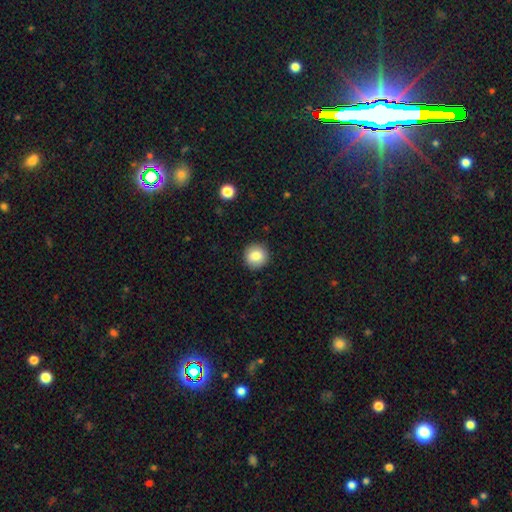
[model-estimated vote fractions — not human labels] smooth 84%, star or artifact 9%, featured or disk 8%. Down the decision tree: how rounded — round (92%); merging — none (91%).